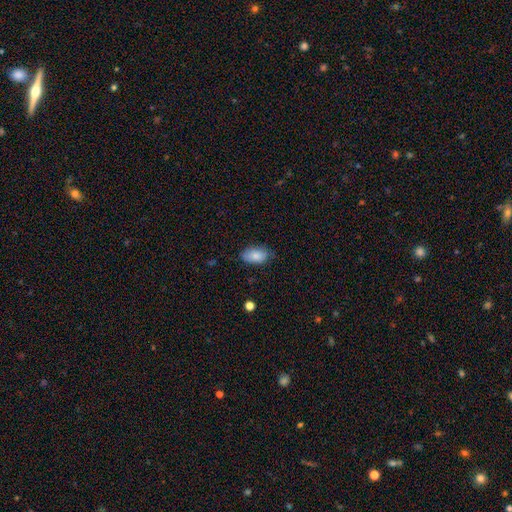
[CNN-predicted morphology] This is clearly a smooth galaxy (85%). How rounded: clearly in between (93%). Merging: likely none (74%).